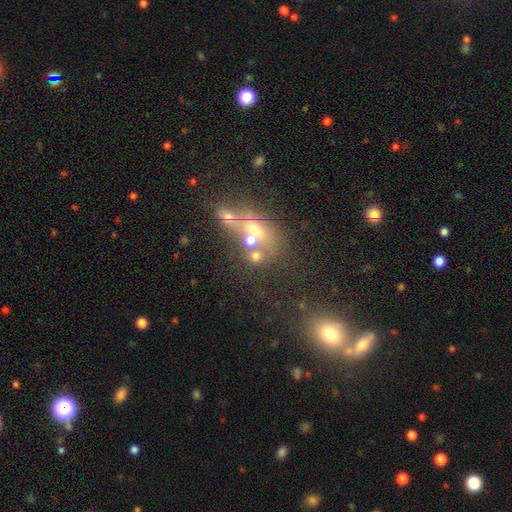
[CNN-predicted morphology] A smooth galaxy with no disk features (54%) that is round (61%).

Vote fractions:
- Smooth or featured? smooth: 54% / star or artifact: 23% / featured or disk: 23%
- How rounded? round: 61% / in between: 36% / cigar-shaped: 3%
- Merging? merger: 46% / none: 36% / minor disturbance: 9% / major disturbance: 9%